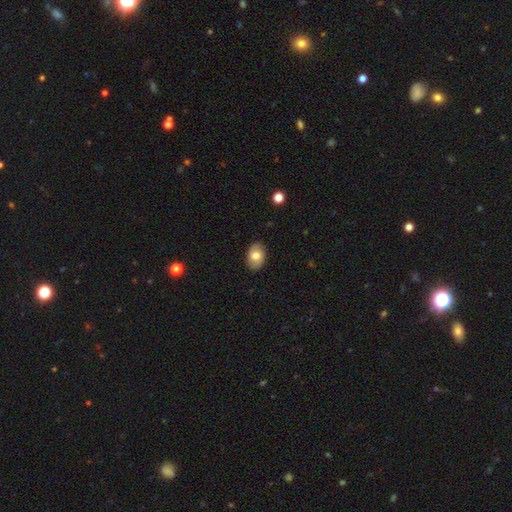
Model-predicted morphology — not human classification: A smooth galaxy with no disk features (74%) that is in between round and cigar-shaped (80%). Merging: none (86%).